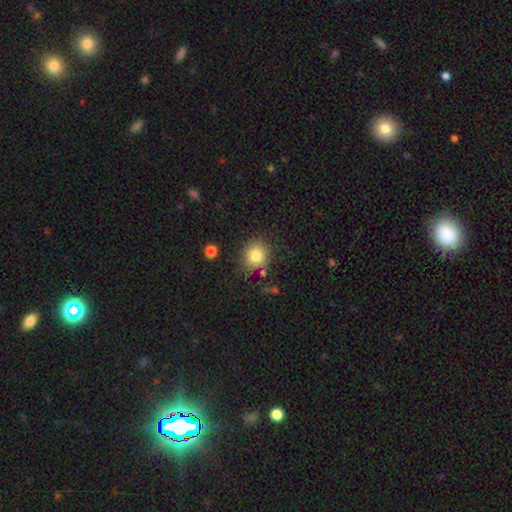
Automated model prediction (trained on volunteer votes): A smooth galaxy with no disk features (82%) that is round (77%).

Vote fractions:
- Smooth or featured? smooth: 82% / star or artifact: 11% / featured or disk: 8%
- How rounded? round: 77% / in between: 22% / cigar-shaped: 1%
- Merging? none: 79% / minor disturbance: 13% / merger: 4% / major disturbance: 4%